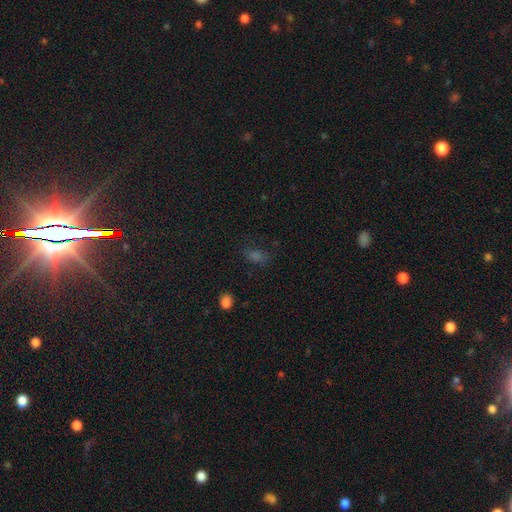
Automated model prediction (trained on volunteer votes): smooth_or_featured: smooth (p=0.56) [alt: star or artifact p=0.34]
how_rounded: in between (p=0.80) [alt: round p=0.14]
merging: none (p=0.74) [alt: minor disturbance p=0.17]